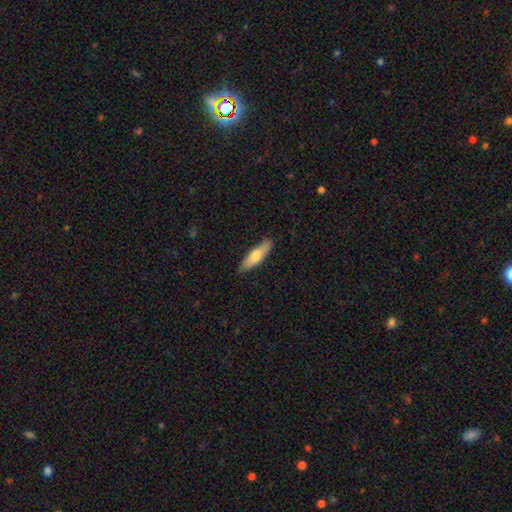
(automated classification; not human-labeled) Smooth or featured: smooth — 67% (featured or disk — 28%)
How rounded: cigar-shaped — 62% (in between — 36%)
Merging: none — 86% (minor disturbance — 11%)